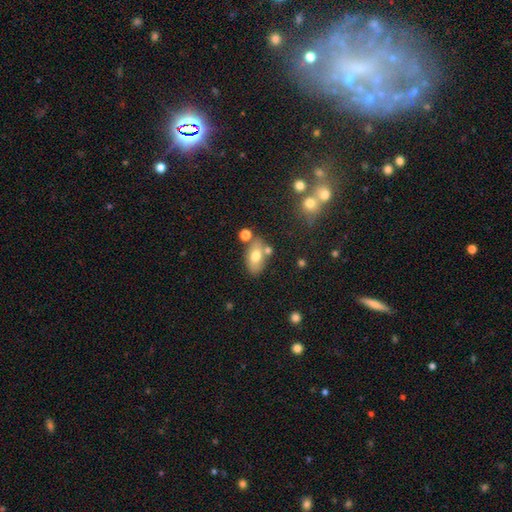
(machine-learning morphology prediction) A smooth galaxy with no disk features (69%) that is in between round and cigar-shaped (89%). Merging: none (66%).